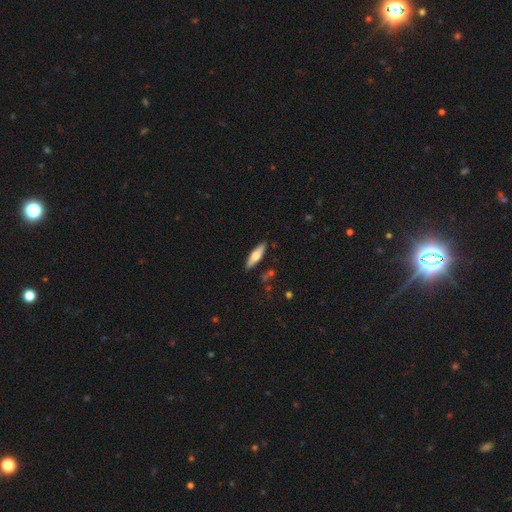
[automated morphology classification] A smooth galaxy with no disk features (57%) that is cigar-shaped (62%).

Vote fractions:
- Smooth or featured? smooth: 57% / featured or disk: 37% / star or artifact: 6%
- How rounded? cigar-shaped: 62% / in between: 36% / round: 2%
- Merging? none: 87% / minor disturbance: 9% / merger: 2% / major disturbance: 2%